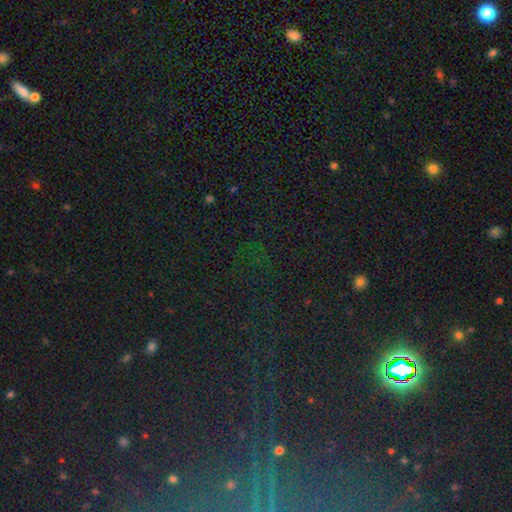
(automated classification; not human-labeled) Smooth or featured? Predicted: star or artifact (p=0.81).